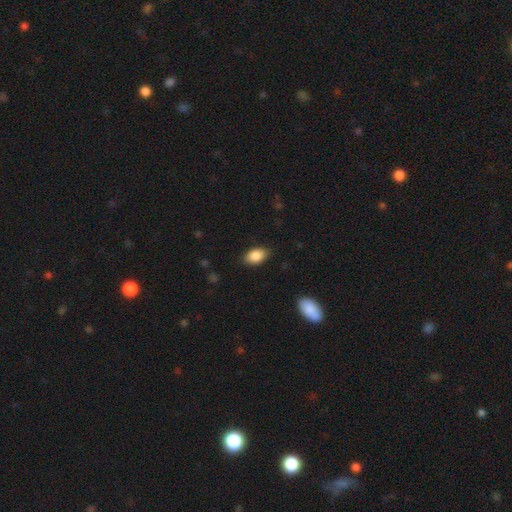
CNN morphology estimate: smooth_or_featured: smooth (p=0.87) [alt: star or artifact p=0.07]
how_rounded: in between (p=0.91) [alt: round p=0.08]
merging: none (p=0.85) [alt: minor disturbance p=0.11]